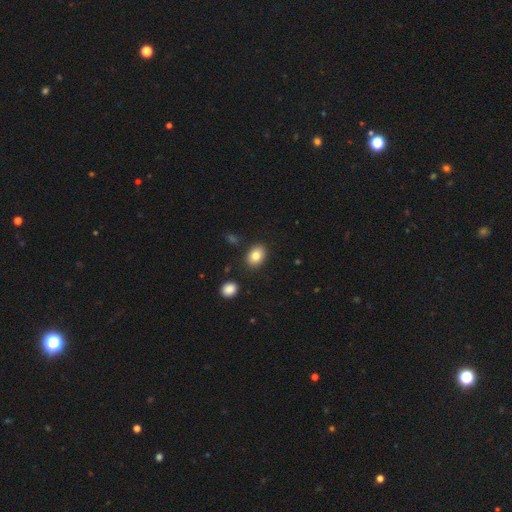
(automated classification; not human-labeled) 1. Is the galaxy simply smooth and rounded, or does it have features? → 83% smooth, 8% star or artifact, 8% featured or disk.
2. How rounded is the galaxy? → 71% in between, 27% round, 1% cigar-shaped.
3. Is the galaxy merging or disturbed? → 87% none, 8% minor disturbance, 3% merger, 2% major disturbance.